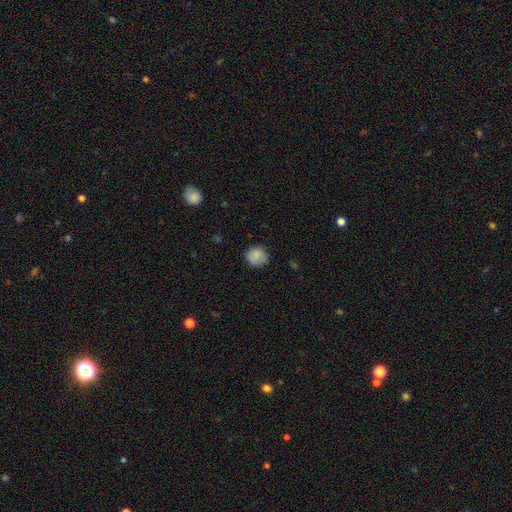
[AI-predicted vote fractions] smooth 86%, star or artifact 9%, featured or disk 6%. Down the decision tree: how rounded — round (86%); merging — none (78%).